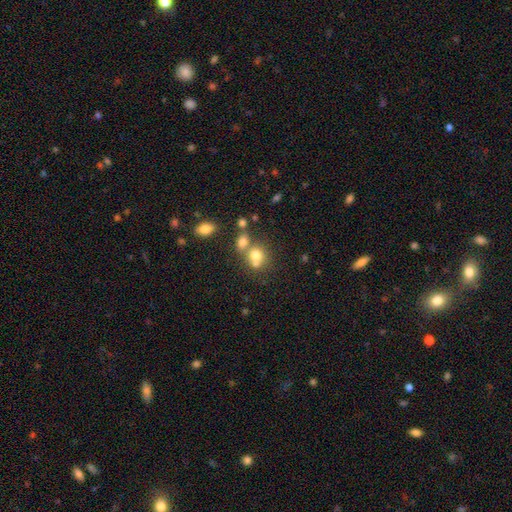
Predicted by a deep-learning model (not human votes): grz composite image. It shows a smooth galaxy with no disk features (71%) that is round (67%). Merging: merger (49%).